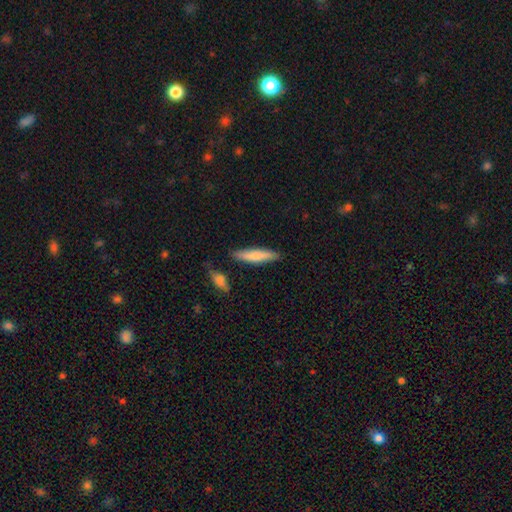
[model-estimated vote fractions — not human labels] Smooth or featured: smooth — 72% (featured or disk — 22%)
How rounded: cigar-shaped — 83% (in between — 16%)
Merging: none — 82% (minor disturbance — 12%)